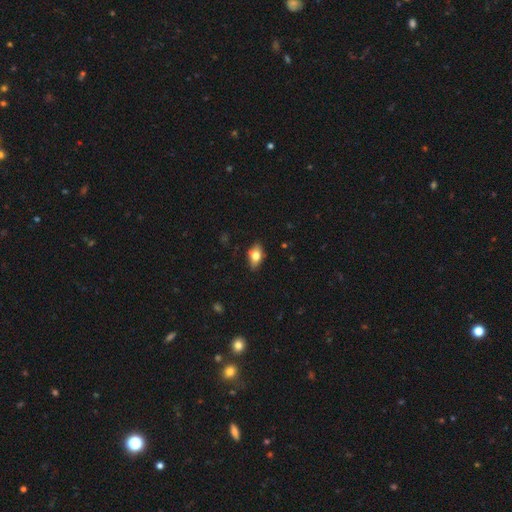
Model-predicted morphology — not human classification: This is likely a smooth galaxy (71%). How rounded: clearly in between (85%). Merging: likely none (78%).